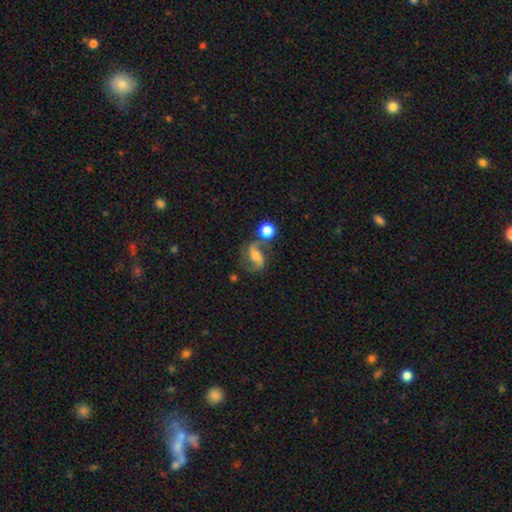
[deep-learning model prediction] This is likely a featured or disk galaxy (73%). It is clearly not viewed edge-on (96%). Bar: marginally weak (38%). Spiral arm pattern: clearly yes (94%). Spiral arm count: clearly 2 (91%). Spiral winding: possibly loose (57%). Central bulge: possibly moderate (47%). Merging: possibly none (57%).